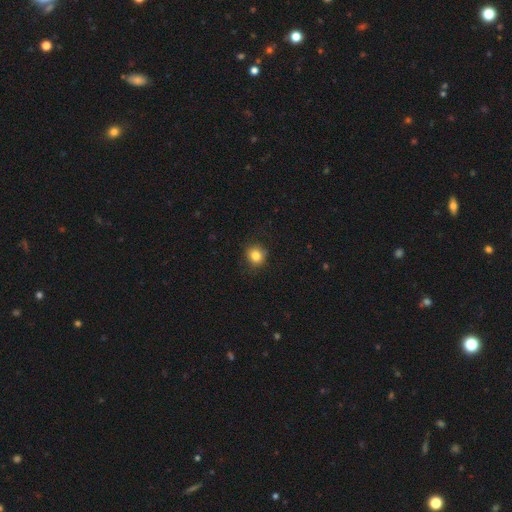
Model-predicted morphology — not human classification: smooth-or-featured: smooth: 82% | star or artifact: 11% | featured or disk: 6%
  how-rounded: round: 87% | in between: 12% | cigar-shaped: 1%
  merging: none: 86% | minor disturbance: 11% | major disturbance: 3% | merger: 1%